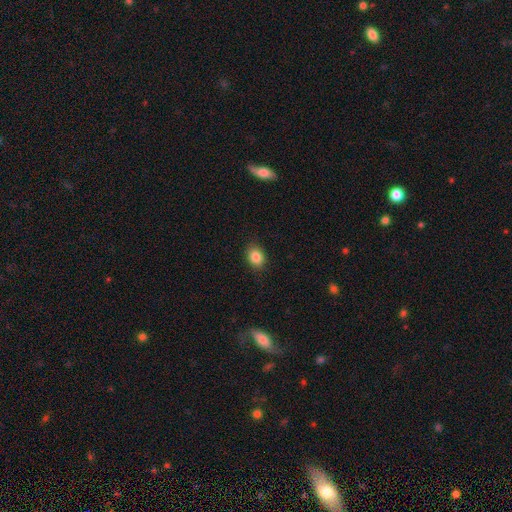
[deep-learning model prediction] smooth-or-featured: smooth: 85% | star or artifact: 10% | featured or disk: 5%
  how-rounded: in between: 61% | round: 38% | cigar-shaped: 1%
  merging: none: 87% | minor disturbance: 10% | major disturbance: 2% | merger: 1%